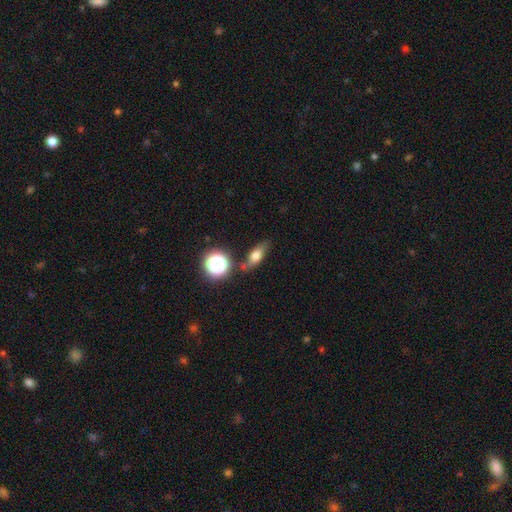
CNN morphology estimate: Smooth or featured: smooth — 61% (featured or disk — 25%)
How rounded: in between — 60% (cigar-shaped — 25%)
Merging: none — 73% (minor disturbance — 15%)